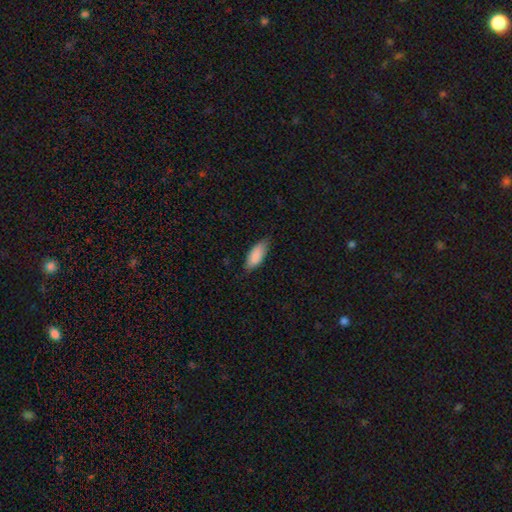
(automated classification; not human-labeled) smooth-or-featured: smooth: 88% | featured or disk: 6% | star or artifact: 6%
  how-rounded: in between: 81% | cigar-shaped: 18% | round: 2%
  merging: none: 76% | minor disturbance: 20% | major disturbance: 3% | merger: 1%